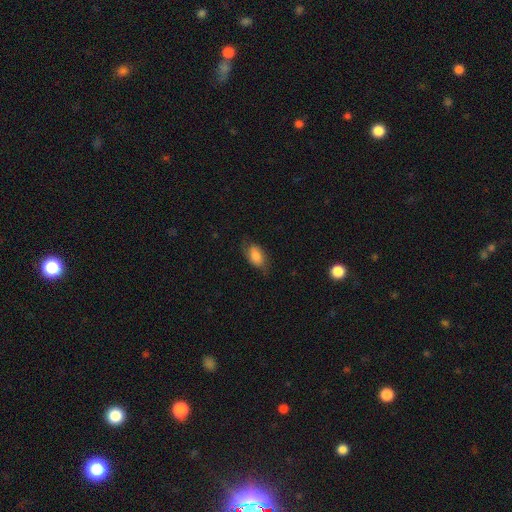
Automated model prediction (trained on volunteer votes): This is likely a smooth galaxy (71%). How rounded: clearly in between (90%). Merging: likely none (63%).